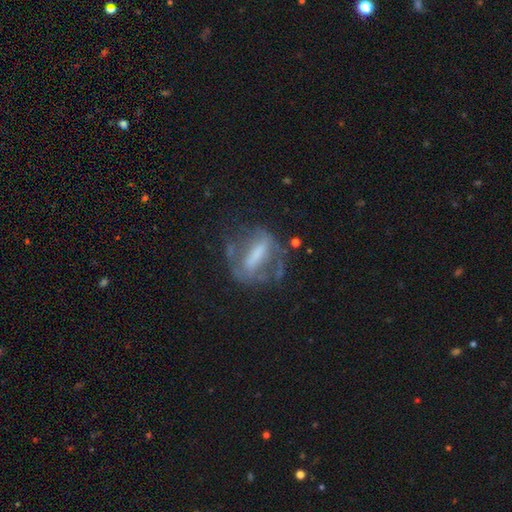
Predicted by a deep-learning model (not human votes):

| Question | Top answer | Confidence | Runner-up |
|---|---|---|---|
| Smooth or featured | featured or disk | 66% | smooth (23%) |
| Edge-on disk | no | 87% | yes (13%) |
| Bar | strong | 62% | weak (22%) |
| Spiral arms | yes | 53% | no (47%) |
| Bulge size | none | 31% | moderate (26%) |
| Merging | none | 48% | major disturbance (25%) |